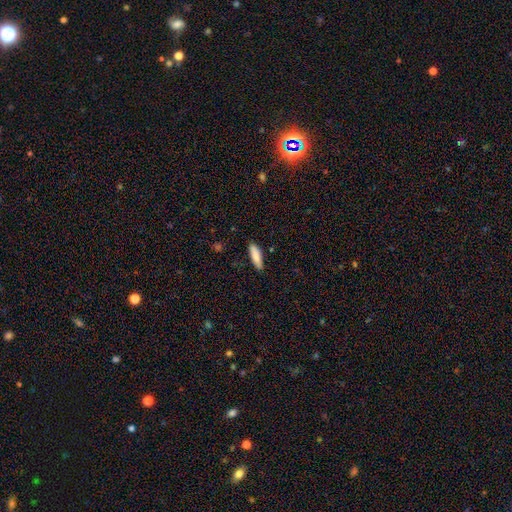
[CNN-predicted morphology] Smooth or featured: smooth — 82% (featured or disk — 12%)
How rounded: cigar-shaped — 55% (in between — 44%)
Merging: none — 86% (minor disturbance — 10%)